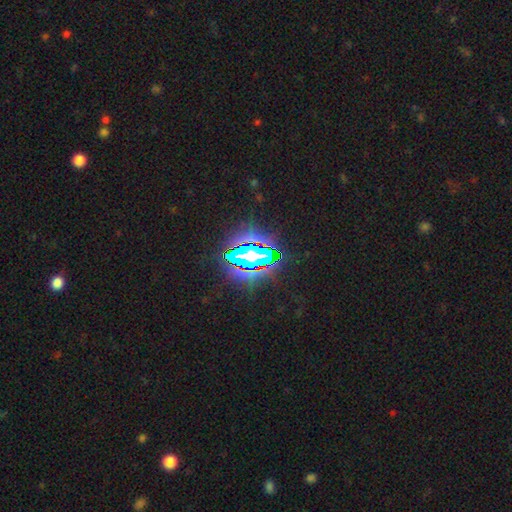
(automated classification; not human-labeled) This is likely a star or artifact rather than a galaxy (71%).